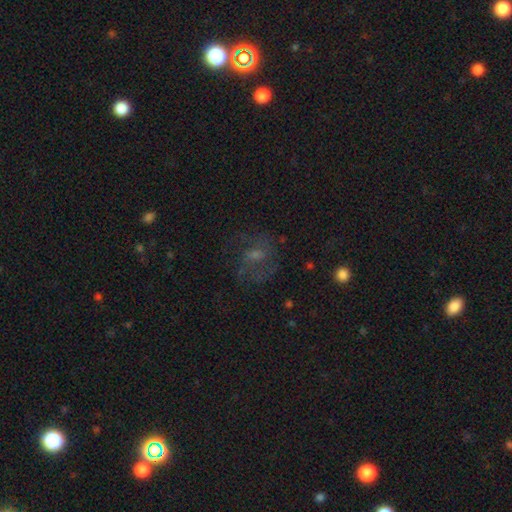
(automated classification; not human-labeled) This is possibly a featured or disk galaxy (49%). Merging: likely none (61%).